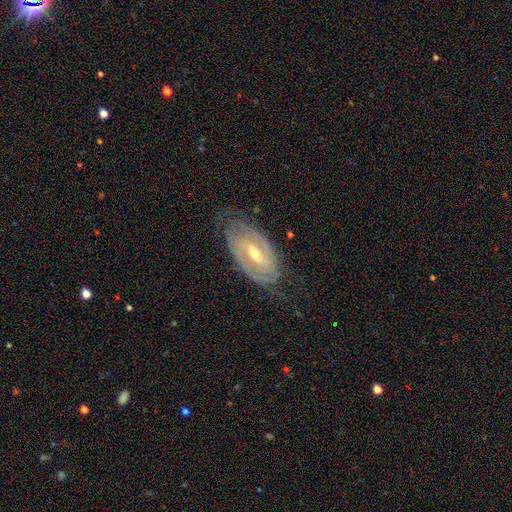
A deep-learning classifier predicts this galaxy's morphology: Smooth or featured? Predicted: featured or disk (p=0.82). Edge-on disk? Predicted: no (p=0.93). Bar? Predicted: weak (p=0.44). Spiral arms? Predicted: yes (p=0.88). Spiral winding? Predicted: tight (p=0.65). Spiral arm count? Predicted: 2 (p=0.65). Bulge size? Predicted: moderate (p=0.57). Merging? Predicted: none (p=0.72).